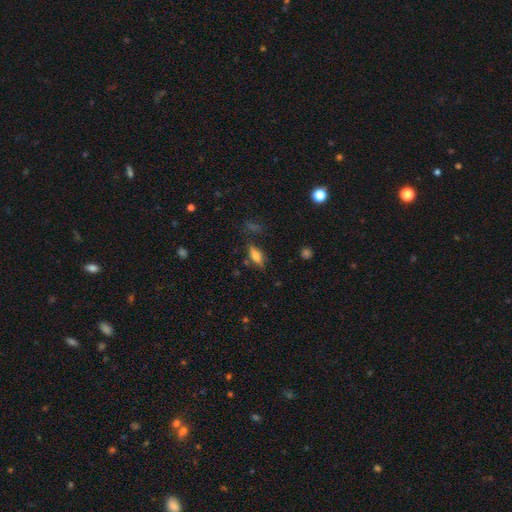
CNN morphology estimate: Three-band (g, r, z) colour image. It shows a smooth galaxy with no disk features (68%) that is in between round and cigar-shaped (71%). Merging: none (68%).